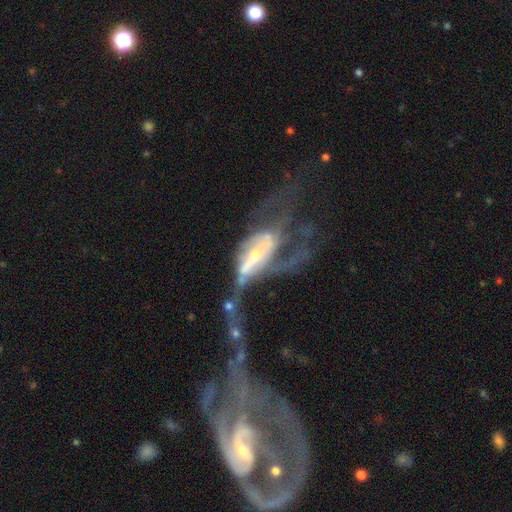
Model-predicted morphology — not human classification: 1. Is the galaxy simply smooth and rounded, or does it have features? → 77% featured or disk, 14% smooth, 8% star or artifact.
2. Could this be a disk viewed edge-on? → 87% no, 13% yes.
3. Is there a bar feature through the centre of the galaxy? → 39% strong, 32% weak, 28% no.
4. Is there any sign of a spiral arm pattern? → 69% yes, 31% no.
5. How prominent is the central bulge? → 40% small, 38% moderate, 10% large, 9% none, 2% dominant.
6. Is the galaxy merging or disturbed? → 51% major disturbance, 25% merger, 15% none, 9% minor disturbance.